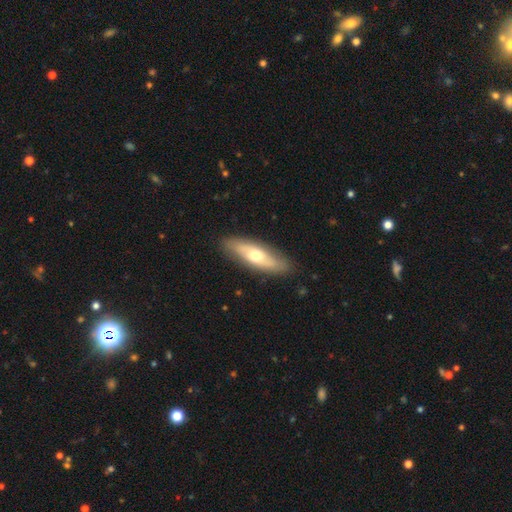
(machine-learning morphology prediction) Q: Smooth or featured?
A: smooth (52%); runner-up: featured or disk (43%)
Q: How rounded?
A: in between (54%); runner-up: cigar-shaped (44%)
Q: Merging?
A: none (86%); runner-up: minor disturbance (11%)